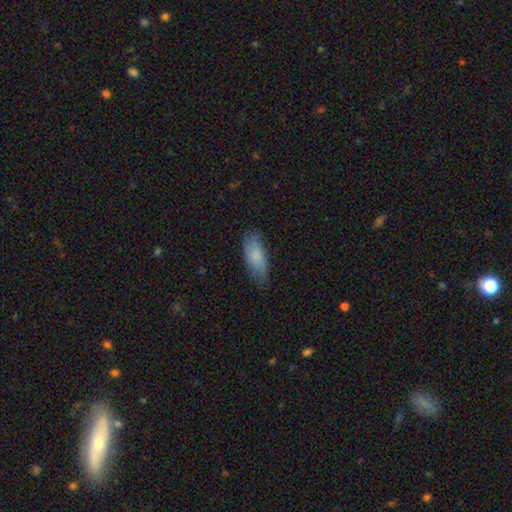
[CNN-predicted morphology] smooth-or-featured: smooth: 80% | featured or disk: 14% | star or artifact: 6%
  how-rounded: in between: 77% | cigar-shaped: 21% | round: 2%
  merging: none: 71% | minor disturbance: 23% | major disturbance: 5% | merger: 1%